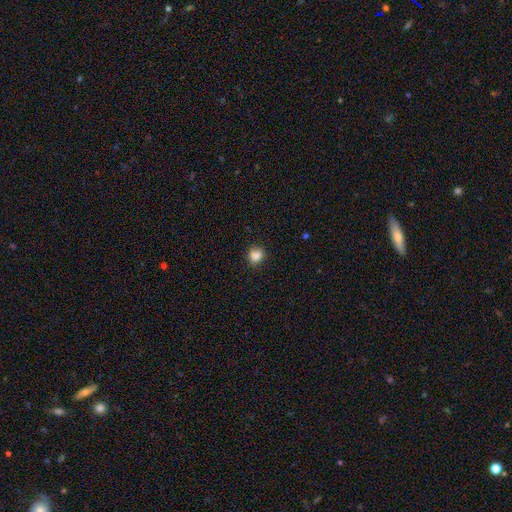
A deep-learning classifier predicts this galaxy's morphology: type=smooth (84%); roundness=round (69%); merging=none (71%).